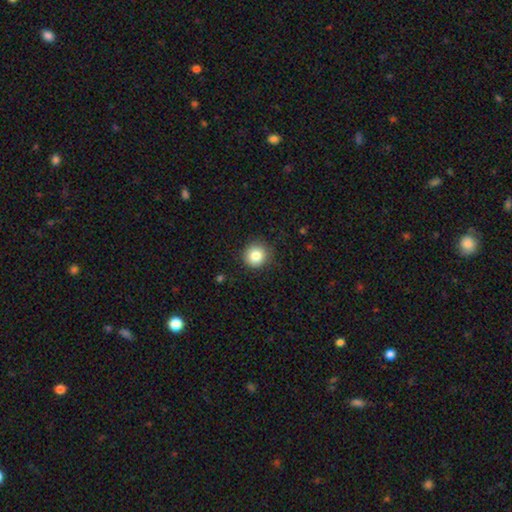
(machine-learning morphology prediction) A smooth galaxy with no disk features (83%) that is round (93%). Merging: none (87%).